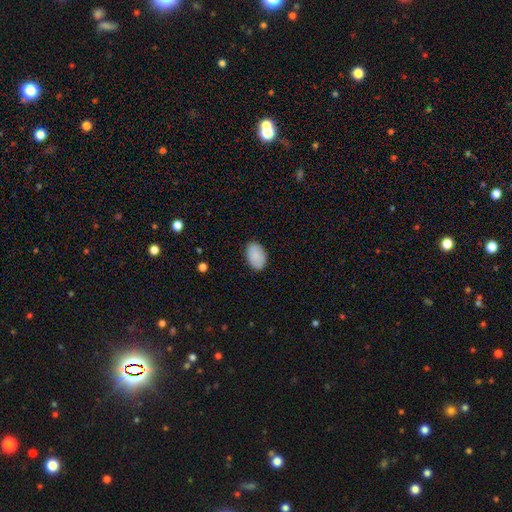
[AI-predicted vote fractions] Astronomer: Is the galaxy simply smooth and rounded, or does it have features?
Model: smooth — 89%.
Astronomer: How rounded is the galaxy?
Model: in between — 91%.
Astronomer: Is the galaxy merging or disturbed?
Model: none — 86%.